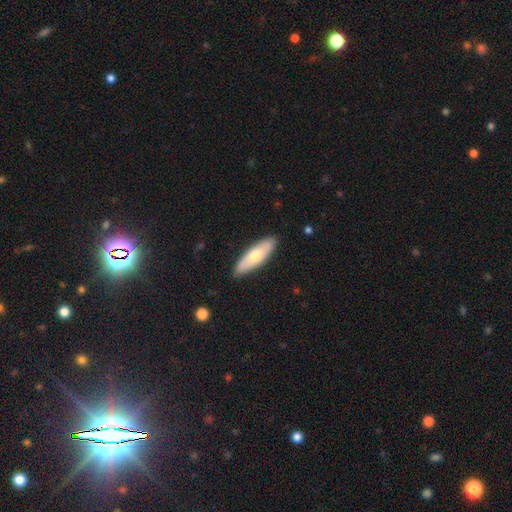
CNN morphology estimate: smooth-or-featured: smooth: 63% | featured or disk: 32% | star or artifact: 5%
  how-rounded: in between: 55% | cigar-shaped: 43% | round: 2%
  merging: none: 86% | minor disturbance: 11% | major disturbance: 2% | merger: 1%